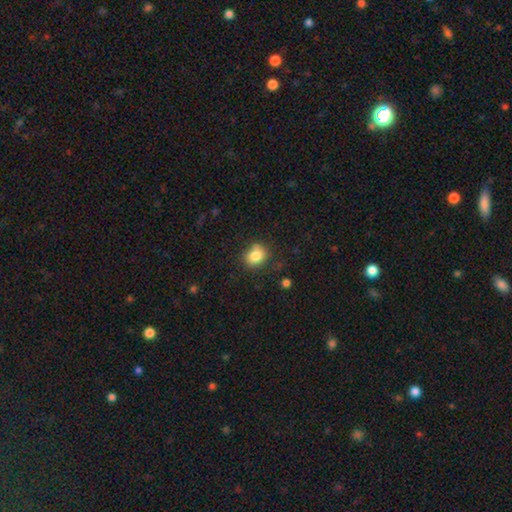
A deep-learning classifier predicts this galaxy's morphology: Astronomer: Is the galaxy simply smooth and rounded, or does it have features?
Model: smooth — 82%.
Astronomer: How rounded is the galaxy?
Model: round — 53% (runner-up: in between, 46%).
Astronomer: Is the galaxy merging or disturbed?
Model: none — 69%.